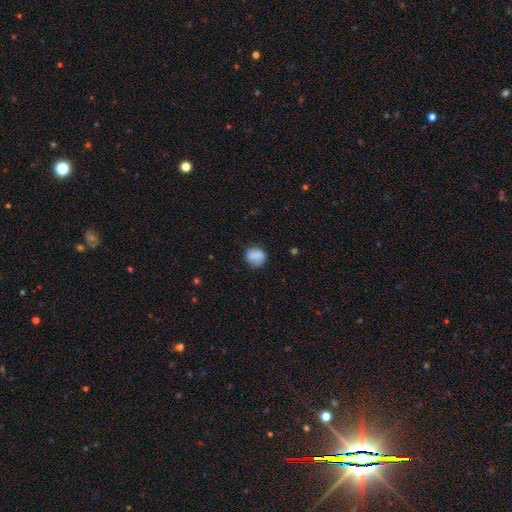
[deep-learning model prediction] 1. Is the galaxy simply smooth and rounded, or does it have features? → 81% smooth, 11% featured or disk, 8% star or artifact.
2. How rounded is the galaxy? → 76% round, 23% in between, 1% cigar-shaped.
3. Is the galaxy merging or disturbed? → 75% none, 17% minor disturbance, 5% major disturbance, 2% merger.